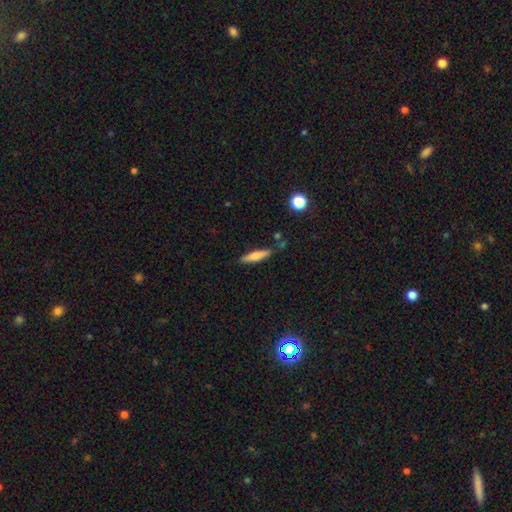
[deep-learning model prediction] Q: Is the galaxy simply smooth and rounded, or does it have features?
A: smooth — 67%.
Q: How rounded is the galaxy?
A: cigar-shaped — 81%.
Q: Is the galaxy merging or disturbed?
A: none — 82%.